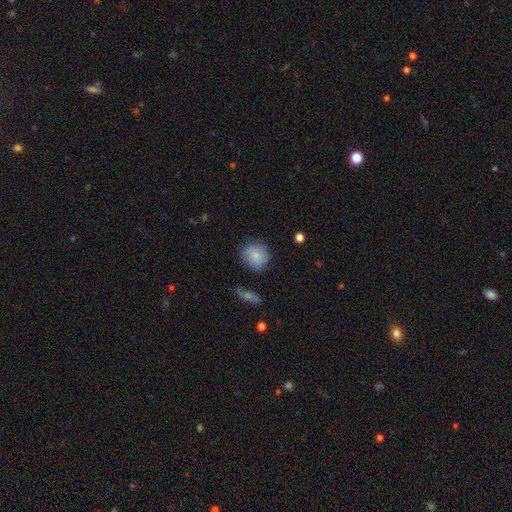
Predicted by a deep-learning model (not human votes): This appears to be a smooth galaxy with no disk features (81%) that is round (84%). Merging: none (78%).